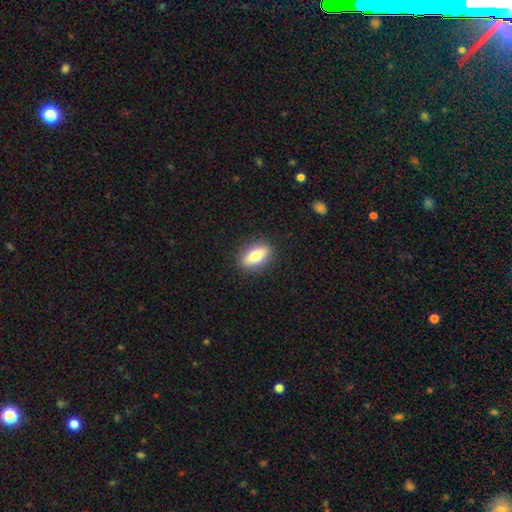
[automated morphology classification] Smooth or featured: smooth — 70% (featured or disk — 23%)
How rounded: in between — 80% (round — 10%)
Merging: none — 89% (minor disturbance — 8%)